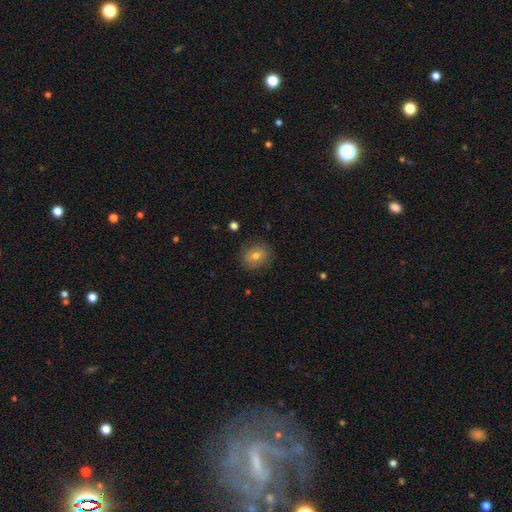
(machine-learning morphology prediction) A smooth galaxy with no disk features (67%) that is round (66%).

Vote fractions:
- Smooth or featured? smooth: 67% / featured or disk: 20% / star or artifact: 13%
- How rounded? round: 66% / in between: 32% / cigar-shaped: 1%
- Merging? none: 86% / minor disturbance: 10% / major disturbance: 3% / merger: 1%